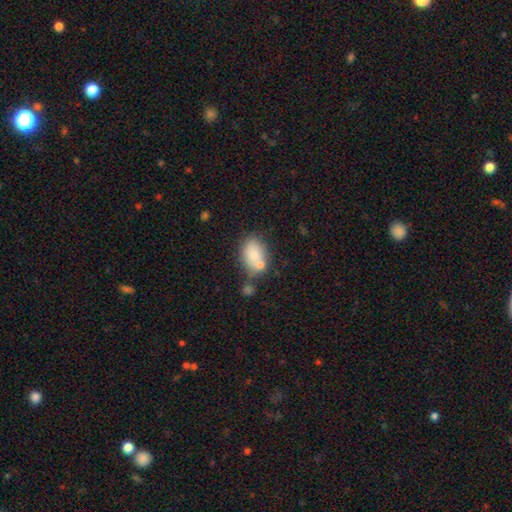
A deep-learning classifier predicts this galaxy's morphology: Overall: smooth (78%). How rounded: in between (83%). Merging: none (50%; merger 27%).